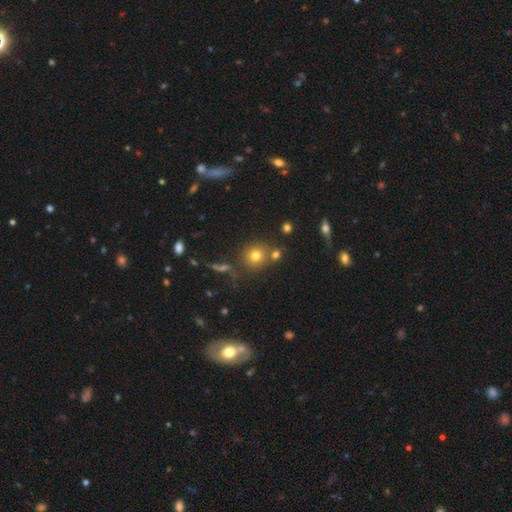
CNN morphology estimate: Smooth or featured?
  - smooth: 74% *
  - star or artifact: 15%
  - featured or disk: 11%
How rounded?
  - round: 87% *
  - in between: 12%
  - cigar-shaped: 1%
Merging?
  - none: 73% *
  - merger: 13%
  - minor disturbance: 10%
  - major disturbance: 4%